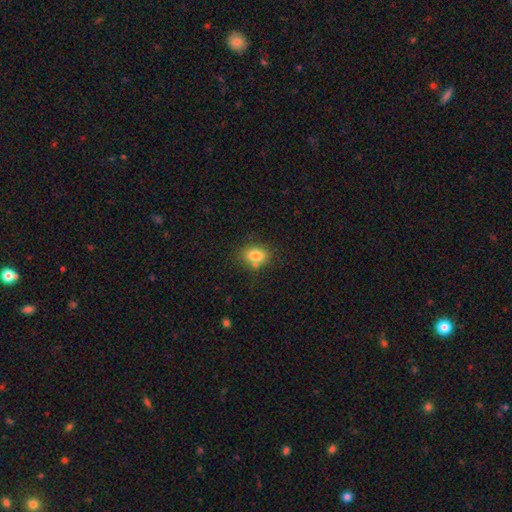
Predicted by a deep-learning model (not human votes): Smooth or featured? Predicted: smooth (p=0.82). How rounded? Predicted: in between (p=0.69). Merging? Predicted: none (p=0.69).